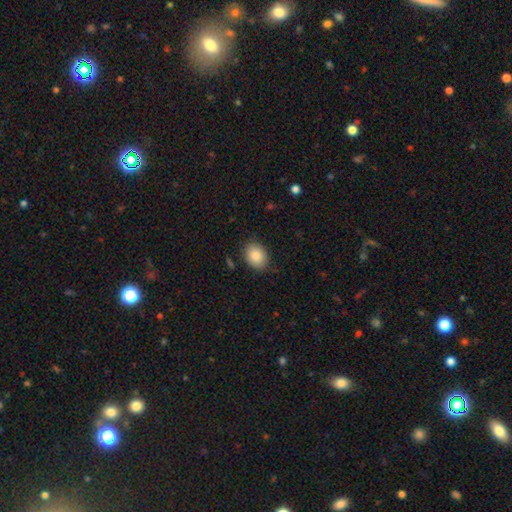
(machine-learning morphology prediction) smooth 87%, star or artifact 7%, featured or disk 6%. Down the decision tree: how rounded — in between (68%); merging — none (83%).